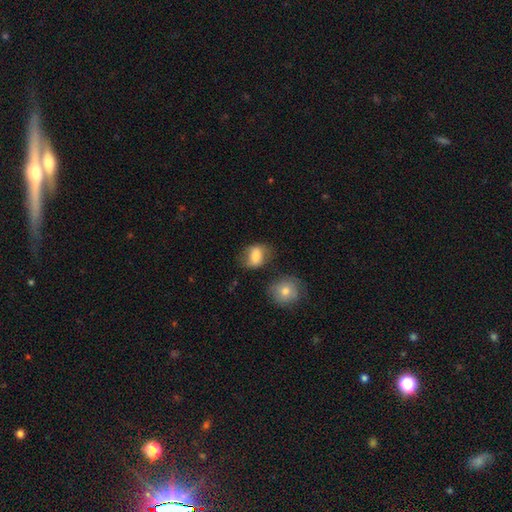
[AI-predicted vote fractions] This appears to be a smooth galaxy with no disk features (71%) that is in between round and cigar-shaped (68%). Merging: none (58%).